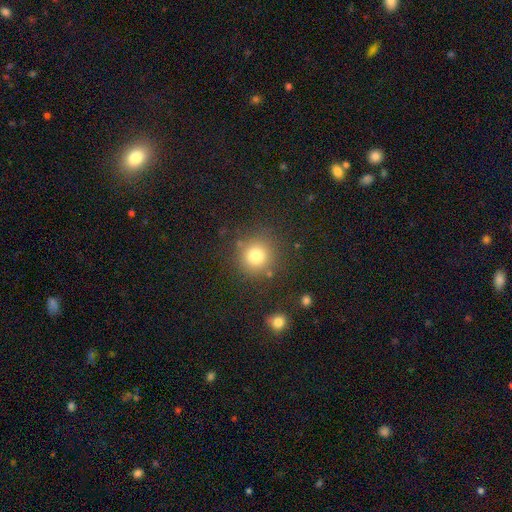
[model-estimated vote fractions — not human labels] smooth_or_featured: smooth (p=0.79) [alt: star or artifact p=0.13]
how_rounded: round (p=0.92) [alt: in between p=0.07]
merging: none (p=0.83) [alt: minor disturbance p=0.09]